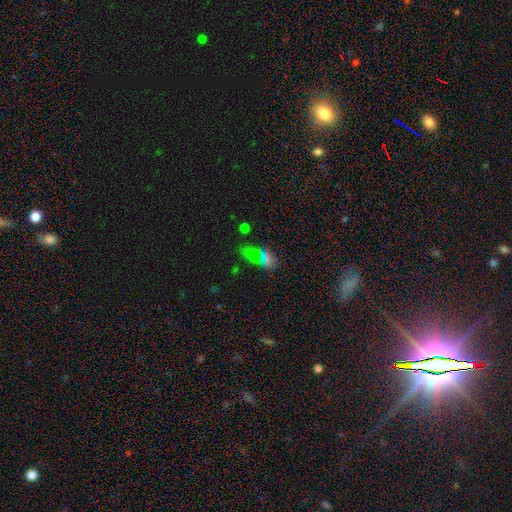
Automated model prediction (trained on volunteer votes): smooth_or_featured: smooth (p=0.55) [alt: star or artifact p=0.35]
how_rounded: in between (p=0.73) [alt: cigar-shaped p=0.14]
merging: none (p=0.73) [alt: minor disturbance p=0.15]